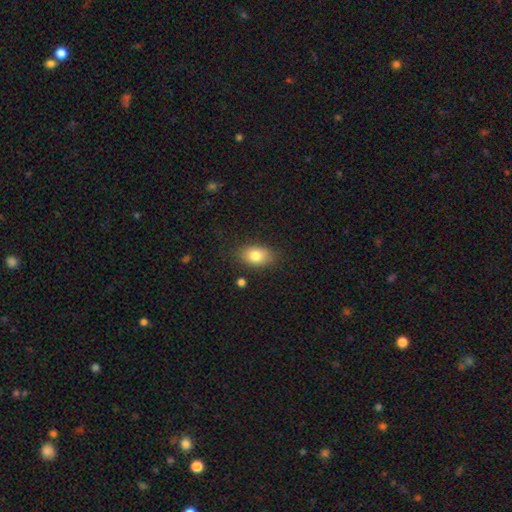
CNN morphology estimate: smooth_or_featured: smooth (p=0.82) [alt: featured or disk p=0.10]
how_rounded: in between (p=0.84) [alt: round p=0.15]
merging: none (p=0.81) [alt: minor disturbance p=0.13]